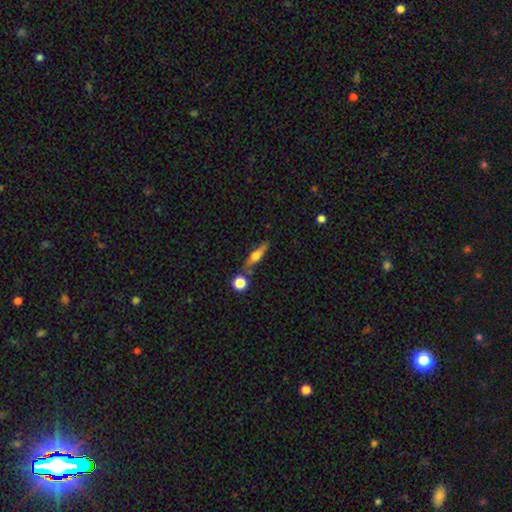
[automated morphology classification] Smooth or featured? Predicted: featured or disk (p=0.52). Edge-on disk? Predicted: yes (p=0.91). Merging? Predicted: none (p=0.72).